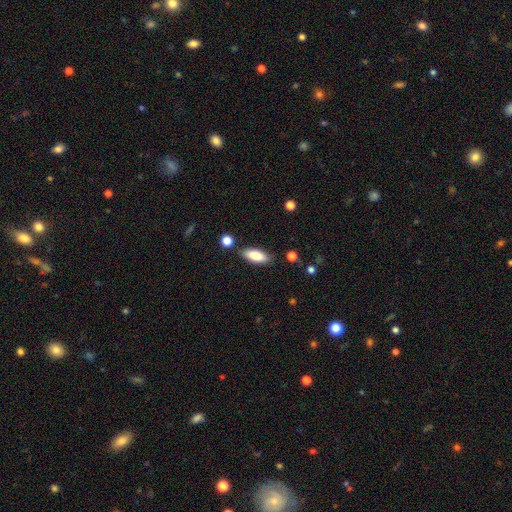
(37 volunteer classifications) Overall: smooth (84%). How rounded: in between (71%). Merging: none (78%).